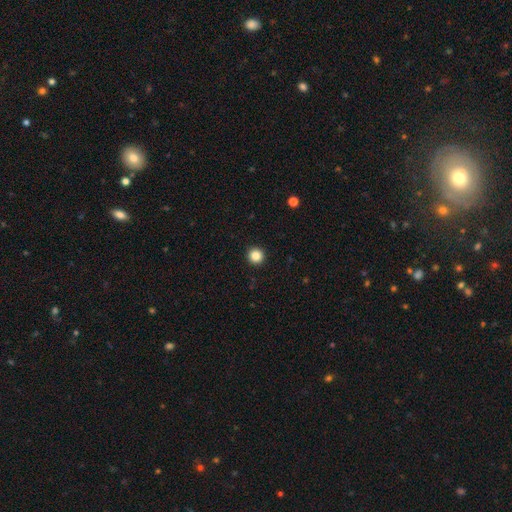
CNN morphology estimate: smooth 85%, star or artifact 11%, featured or disk 4%. Down the decision tree: how rounded — round (96%); merging — none (94%).